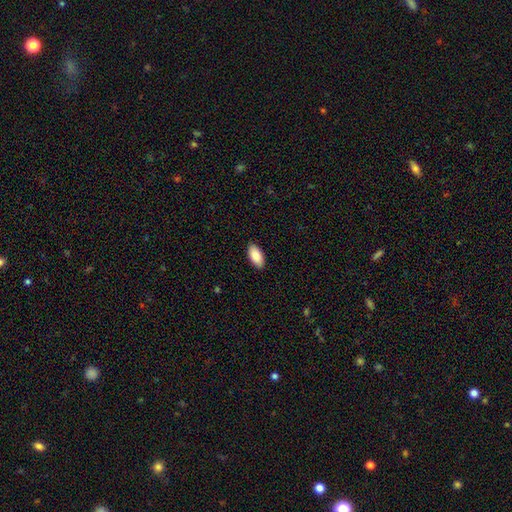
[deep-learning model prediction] Smooth or featured?
  - smooth: 88% *
  - featured or disk: 6%
  - star or artifact: 6%
How rounded?
  - in between: 94% *
  - cigar-shaped: 4%
  - round: 2%
Merging?
  - none: 89% *
  - minor disturbance: 8%
  - major disturbance: 2%
  - merger: 1%